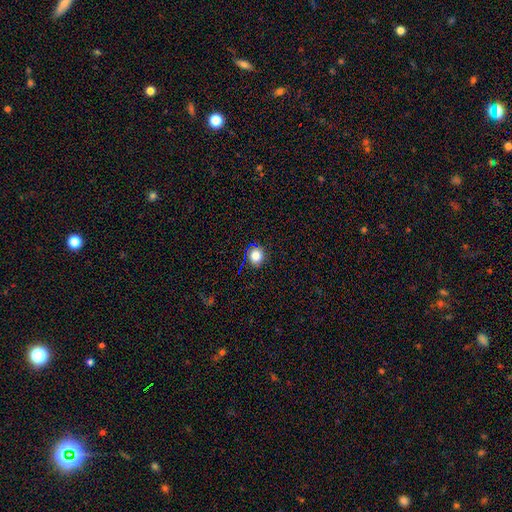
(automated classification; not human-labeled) Q: Smooth or featured?
A: smooth (76%); runner-up: star or artifact (17%)
Q: How rounded?
A: round (84%); runner-up: in between (14%)
Q: Merging?
A: none (87%); runner-up: minor disturbance (9%)